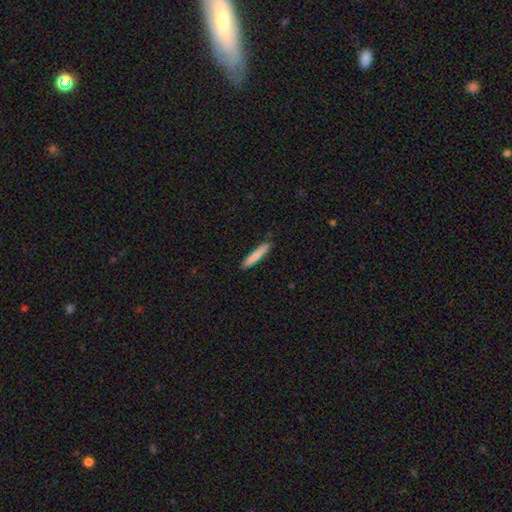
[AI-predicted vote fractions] Smooth or featured? smooth (82%)
How rounded? cigar-shaped (93%)
Merging? none (87%)